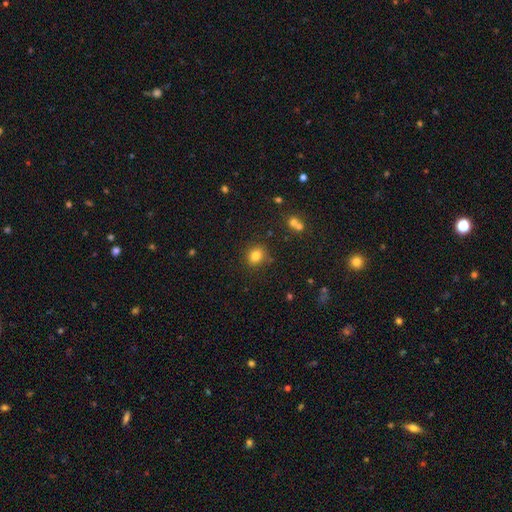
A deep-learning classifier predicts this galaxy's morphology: Overall: smooth (81%). How rounded: round (70%). Merging: none (84%).